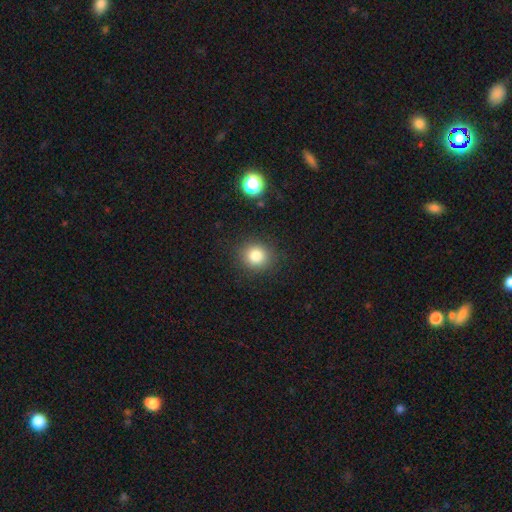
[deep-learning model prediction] Smooth or featured: smooth — 82% (star or artifact — 12%)
How rounded: round — 85% (in between — 14%)
Merging: none — 89% (minor disturbance — 7%)